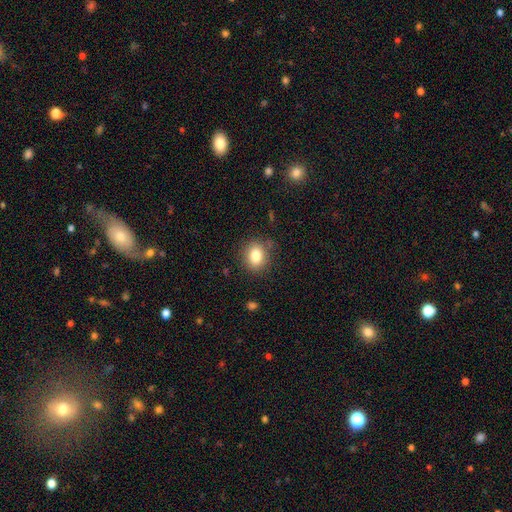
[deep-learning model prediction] Q: Smooth or featured?
A: smooth (81%); runner-up: star or artifact (10%)
Q: How rounded?
A: round (60%); runner-up: in between (39%)
Q: Merging?
A: none (84%); runner-up: minor disturbance (11%)